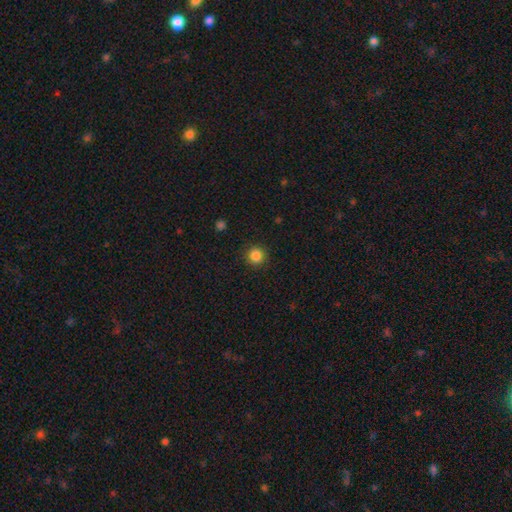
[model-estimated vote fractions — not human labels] A smooth galaxy with no disk features (86%) that is round (94%). Merging: none (91%).